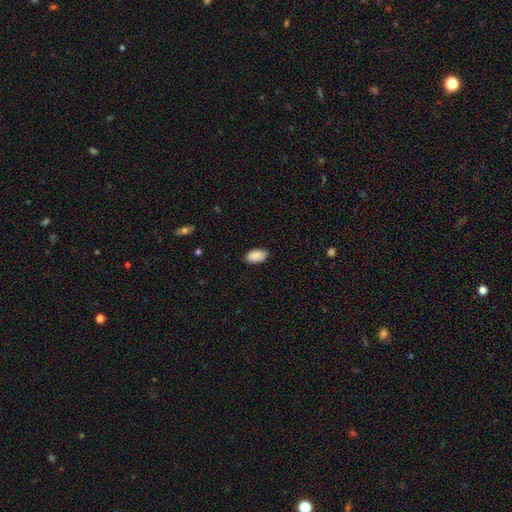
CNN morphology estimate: Smooth or featured? Predicted: smooth (p=0.88). How rounded? Predicted: in between (p=0.94). Merging? Predicted: none (p=0.84).